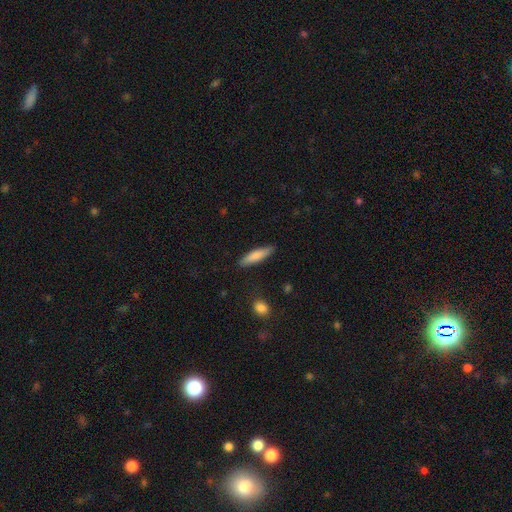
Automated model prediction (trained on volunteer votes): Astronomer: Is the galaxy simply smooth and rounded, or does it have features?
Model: smooth — 79%.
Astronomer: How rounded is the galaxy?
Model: cigar-shaped — 75%.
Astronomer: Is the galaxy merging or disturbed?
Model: none — 85%.